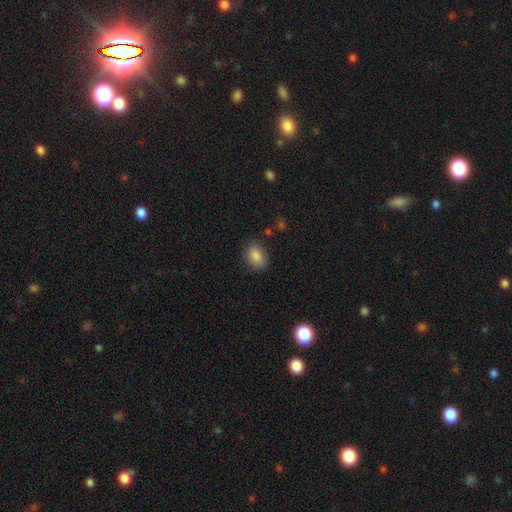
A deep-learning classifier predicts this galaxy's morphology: smooth_or_featured: smooth (p=0.86) [alt: star or artifact p=0.08]
how_rounded: in between (p=0.71) [alt: round p=0.28]
merging: none (p=0.80) [alt: minor disturbance p=0.14]